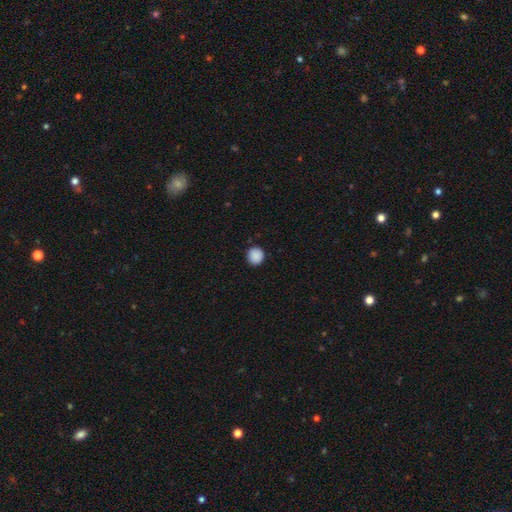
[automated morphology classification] smooth 89%, star or artifact 8%, featured or disk 2%. Down the decision tree: how rounded — round (92%); merging — none (91%).